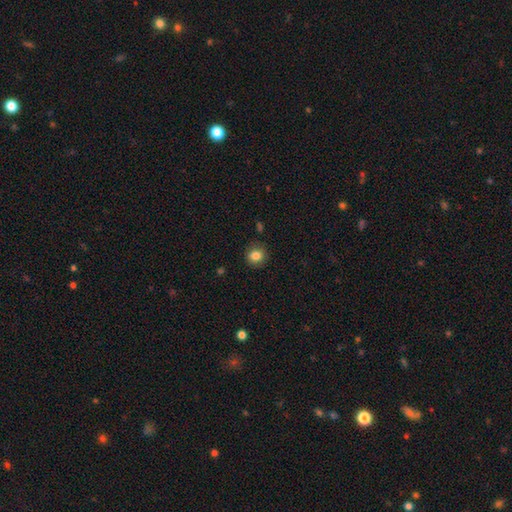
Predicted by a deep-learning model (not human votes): Smooth or featured: smooth — 84% (star or artifact — 10%)
How rounded: round — 83% (in between — 16%)
Merging: none — 88% (minor disturbance — 8%)